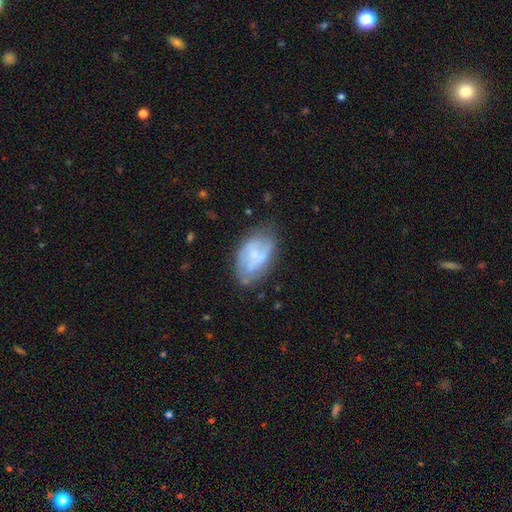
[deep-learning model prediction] featured or disk 52%, smooth 40%, star or artifact 8%. Down the decision tree: edge-on disk — no (96%); merging — none (55%).